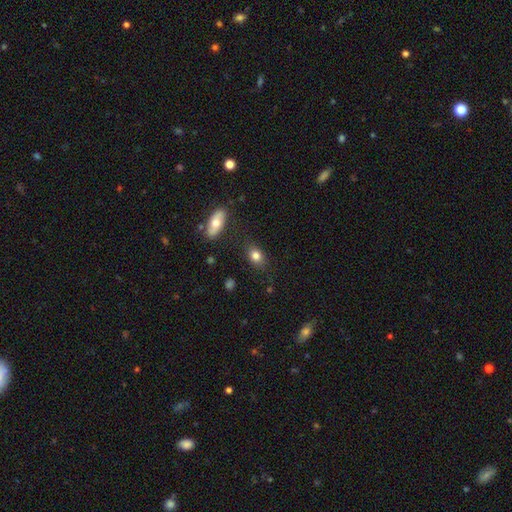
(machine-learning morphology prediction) This is clearly a smooth galaxy (80%). How rounded: likely in between (74%). Merging: clearly none (81%).